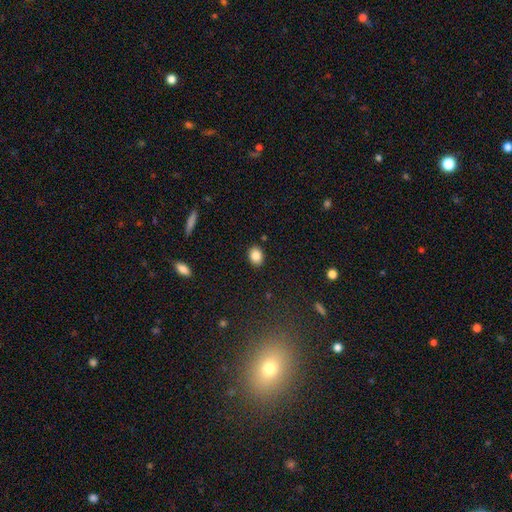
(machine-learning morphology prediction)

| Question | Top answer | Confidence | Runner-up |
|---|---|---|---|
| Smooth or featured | smooth | 86% | star or artifact (9%) |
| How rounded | in between | 64% | round (35%) |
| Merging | none | 88% | minor disturbance (8%) |